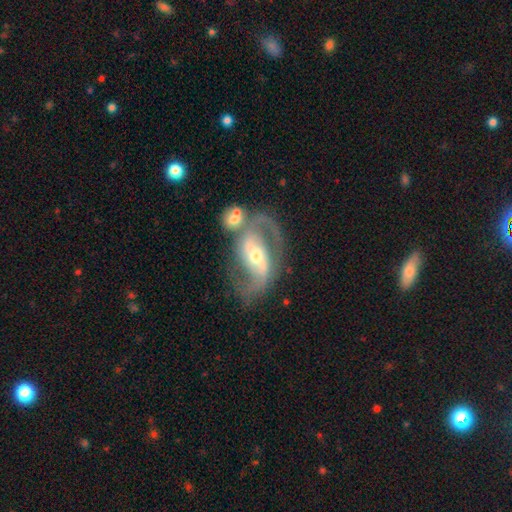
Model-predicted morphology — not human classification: smooth_or_featured: featured or disk (p=0.87) [alt: smooth p=0.08]
disk_edge_on: no (p=0.96) [alt: yes p=0.04]
bar: strong (p=0.46) [alt: weak p=0.35]
has_spiral_arms: yes (p=0.92) [alt: no p=0.08]
spiral_winding: medium (p=0.49) [alt: loose p=0.39]
spiral_arm_count: 2 (p=0.91) [alt: can't tell p=0.03]
bulge_size: moderate (p=0.62) [alt: small p=0.30]
merging: none (p=0.56) [alt: merger p=0.20]